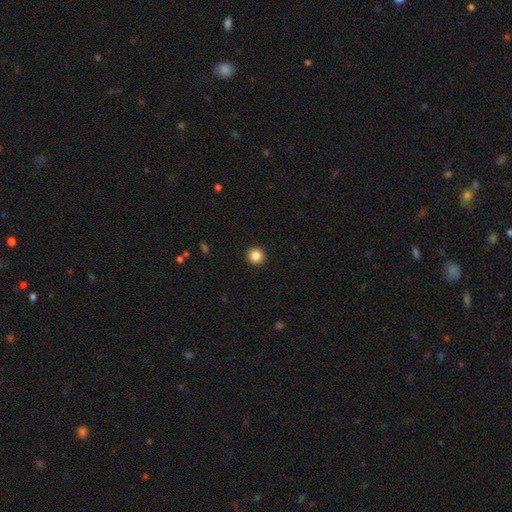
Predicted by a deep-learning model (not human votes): smooth 86%, star or artifact 10%, featured or disk 5%. Down the decision tree: how rounded — round (93%); merging — none (93%).